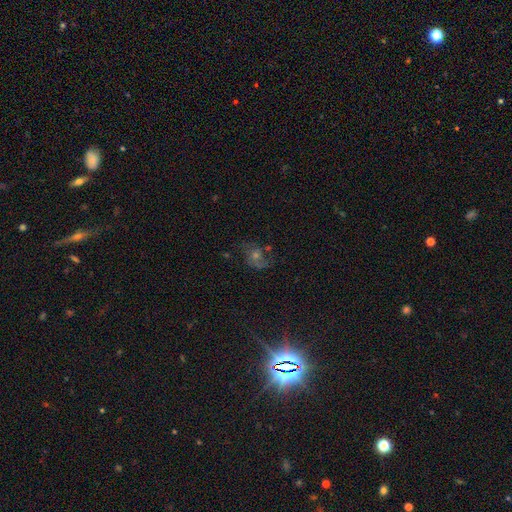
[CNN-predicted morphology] Smooth or featured: featured or disk — 47% (star or artifact — 36%)
Merging: none — 64% (minor disturbance — 18%)